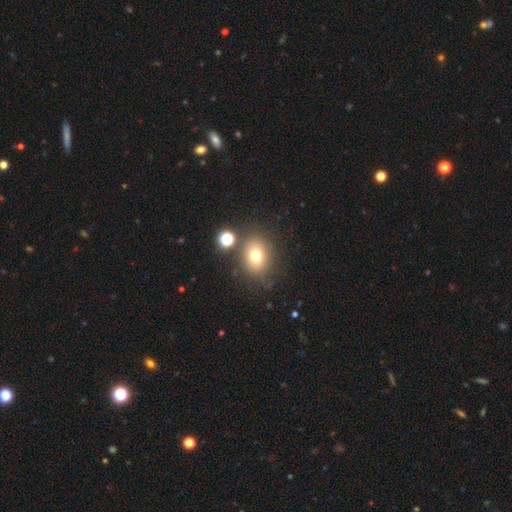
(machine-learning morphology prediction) This appears to be a smooth galaxy with no disk features (73%) that is in between round and cigar-shaped (50%). Merging: none (74%).